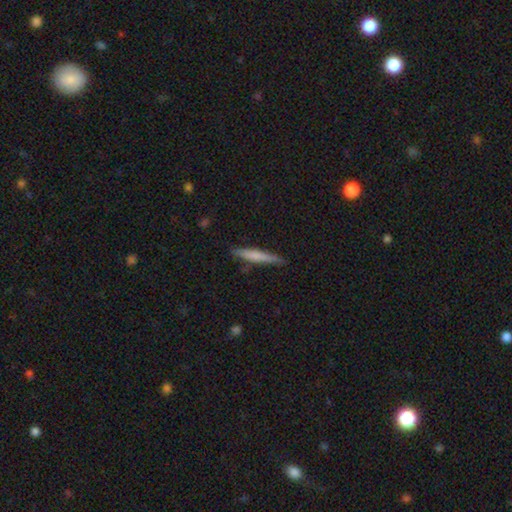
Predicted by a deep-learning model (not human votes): smooth-or-featured: smooth: 62% | featured or disk: 32% | star or artifact: 6%
  how-rounded: cigar-shaped: 94% | in between: 4% | round: 1%
  merging: none: 84% | minor disturbance: 12% | major disturbance: 2% | merger: 2%